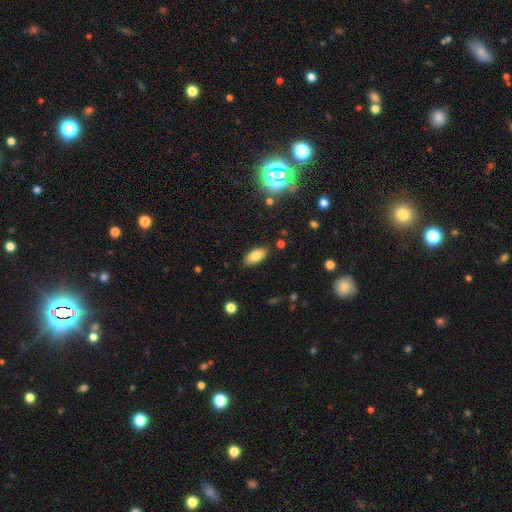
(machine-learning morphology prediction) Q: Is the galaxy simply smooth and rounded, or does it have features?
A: smooth — 80%.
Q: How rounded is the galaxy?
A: in between — 87%.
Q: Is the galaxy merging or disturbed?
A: none — 86%.